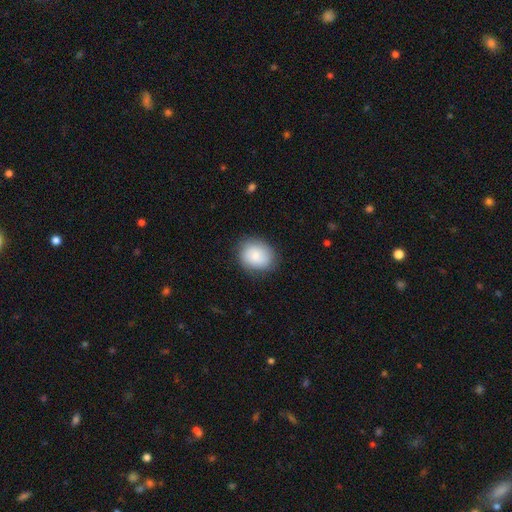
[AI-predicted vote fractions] A smooth galaxy with no disk features (82%) that is round (54%). Merging: none (81%).